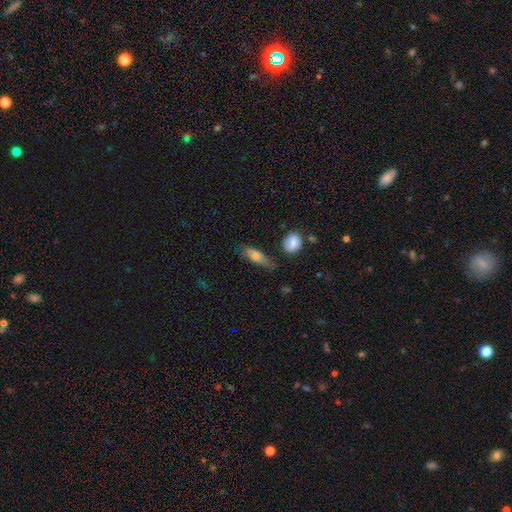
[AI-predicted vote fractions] Smooth or featured?
  - smooth: 71% *
  - featured or disk: 21%
  - star or artifact: 7%
How rounded?
  - in between: 57% *
  - cigar-shaped: 39%
  - round: 4%
Merging?
  - none: 60% *
  - minor disturbance: 27%
  - major disturbance: 9%
  - merger: 4%